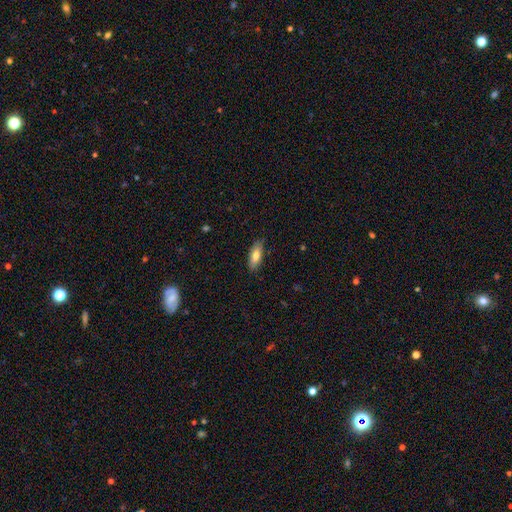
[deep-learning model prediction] Smooth or featured? Predicted: smooth (p=0.77). How rounded? Predicted: in between (p=0.73). Merging? Predicted: none (p=0.83).